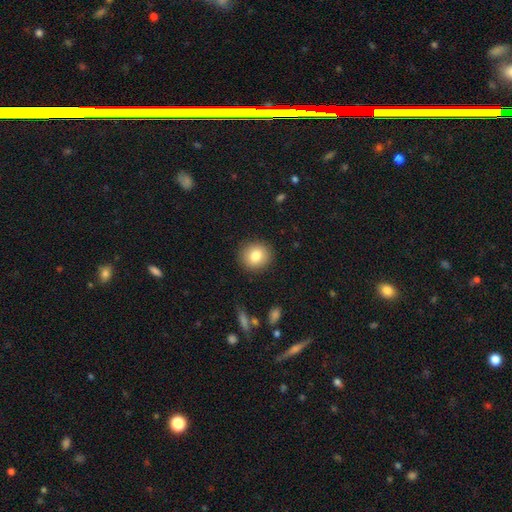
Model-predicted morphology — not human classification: smooth 81%, featured or disk 10%, star or artifact 9%. Down the decision tree: how rounded — round (86%); merging — none (90%).